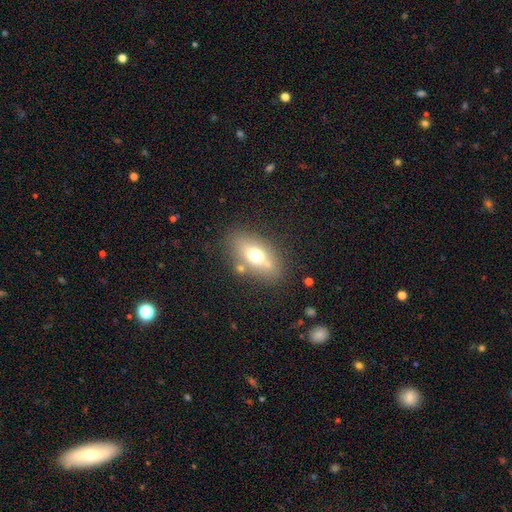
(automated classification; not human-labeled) Overall: smooth (62%; featured or disk 28%). How rounded: in between (82%). Merging: none (73%).